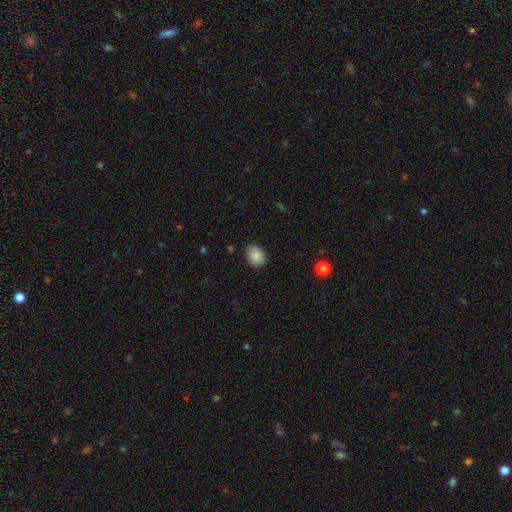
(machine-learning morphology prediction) Q: Smooth or featured?
A: smooth (87%); runner-up: star or artifact (8%)
Q: How rounded?
A: in between (67%); runner-up: round (32%)
Q: Merging?
A: none (84%); runner-up: minor disturbance (12%)